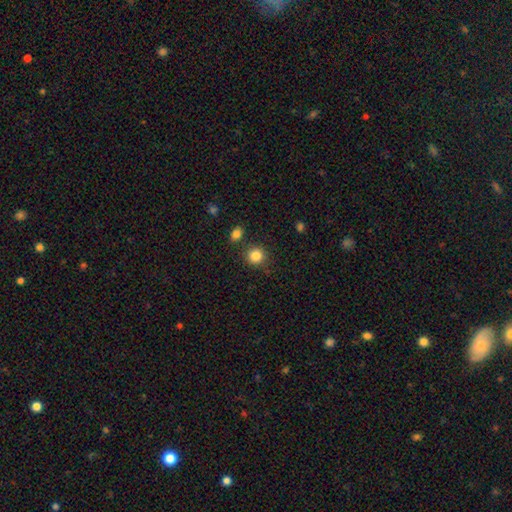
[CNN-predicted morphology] This is clearly a smooth galaxy (85%). How rounded: clearly round (90%). Merging: clearly none (83%).